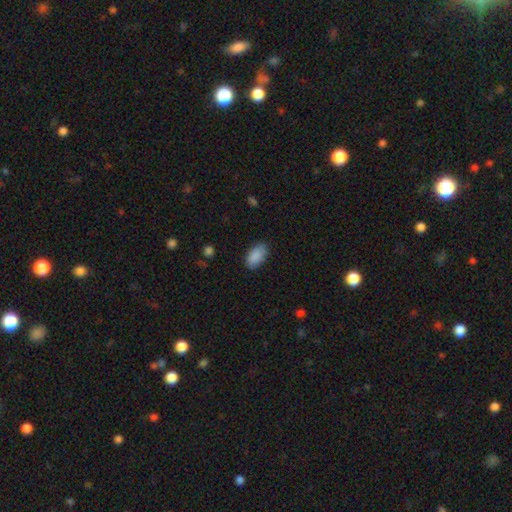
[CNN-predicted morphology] A smooth galaxy with no disk features (89%) that is in between round and cigar-shaped (94%). Merging: none (83%).